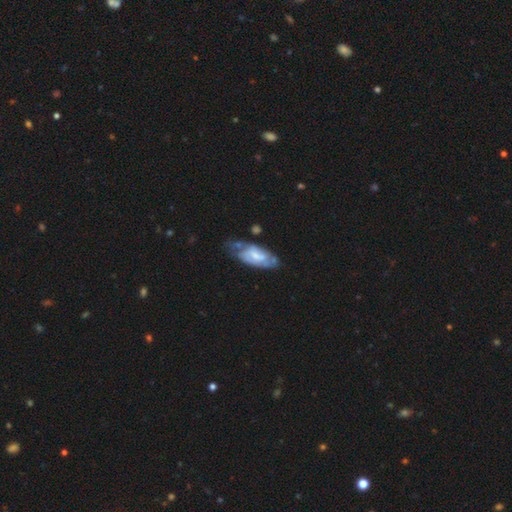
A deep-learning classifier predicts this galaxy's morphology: Smooth or featured? featured or disk (58%)
Edge-on disk? no (90%)
Bar? weak (45%)
Spiral arms? yes (73%)
Bulge size? small (44%)
Merging? none (44%)